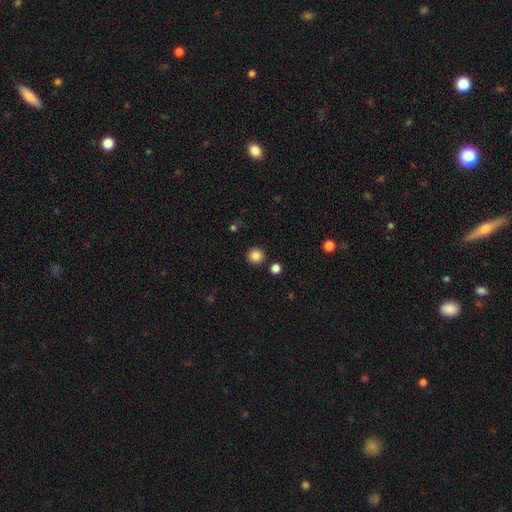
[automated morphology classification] Smooth or featured? smooth (85%)
How rounded? round (94%)
Merging? none (90%)